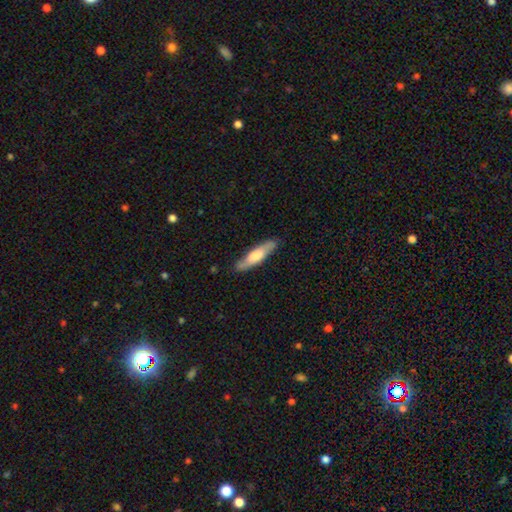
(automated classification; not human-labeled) This is possibly a smooth galaxy (53%). How rounded: likely cigar-shaped (77%). Merging: clearly none (85%).